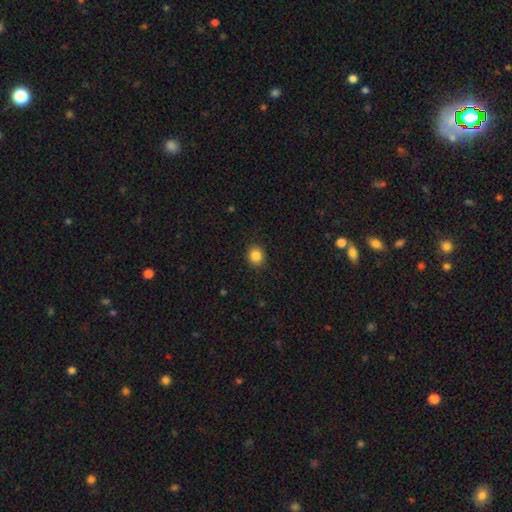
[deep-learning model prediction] This appears to be a smooth galaxy with no disk features (86%) that is round (80%). Merging: none (91%).